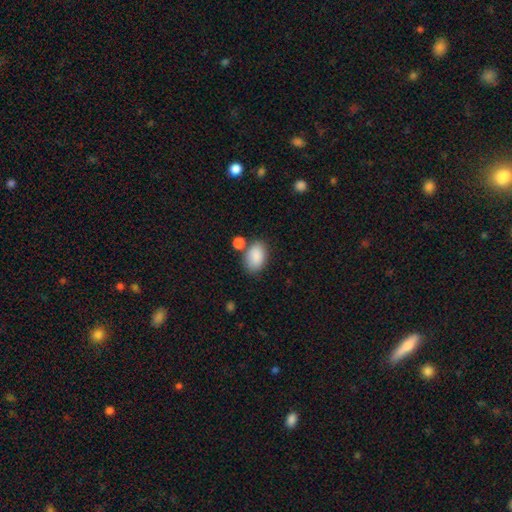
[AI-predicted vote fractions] This appears to be a smooth galaxy with no disk features (88%) that is in between round and cigar-shaped (88%). Merging: none (70%).